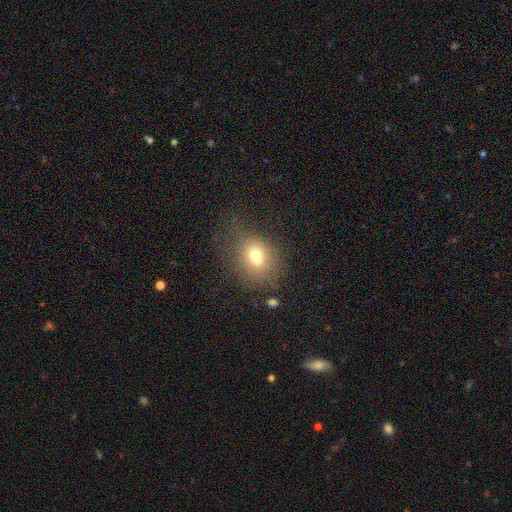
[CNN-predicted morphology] Overall: smooth (69%). How rounded: in between (53%; round 45%). Merging: none (52%; minor disturbance 23%).